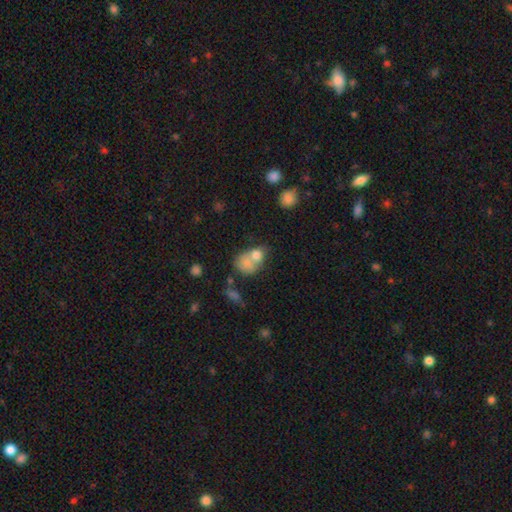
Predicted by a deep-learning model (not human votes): This is likely a smooth galaxy (74%). How rounded: possibly round (54%). Merging: likely merger (62%).